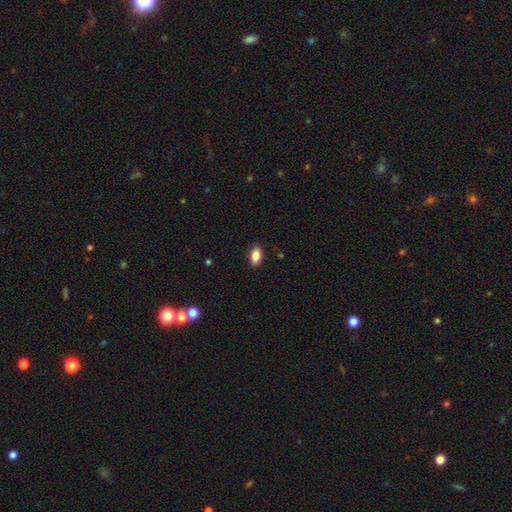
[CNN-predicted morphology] This appears to be a smooth galaxy with no disk features (87%) that is in between round and cigar-shaped (90%). Merging: none (88%).